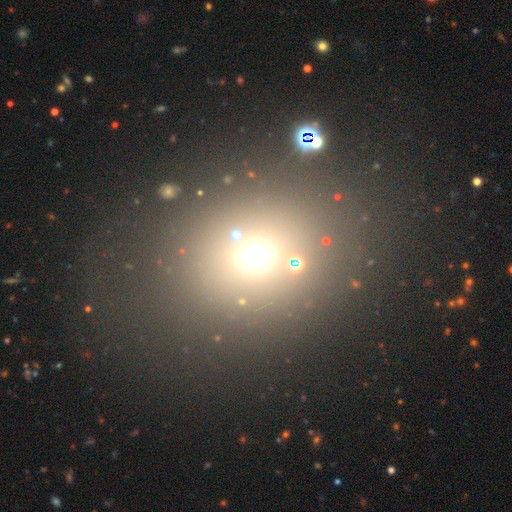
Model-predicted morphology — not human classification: Smooth or featured: smooth — 62% (star or artifact — 27%)
How rounded: round — 65% (in between — 34%)
Merging: none — 78% (minor disturbance — 10%)